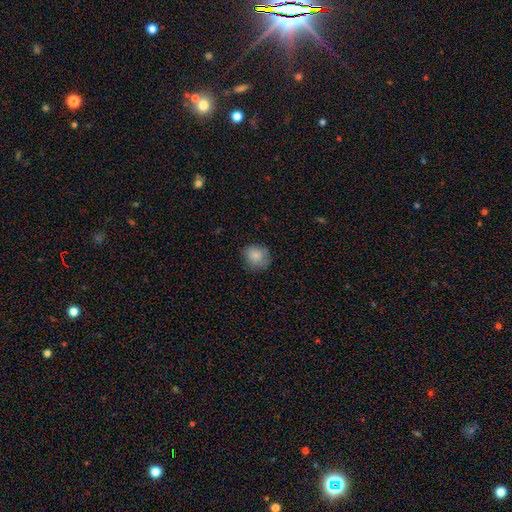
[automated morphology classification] Smooth or featured? smooth (84%)
How rounded? round (80%)
Merging? none (78%)